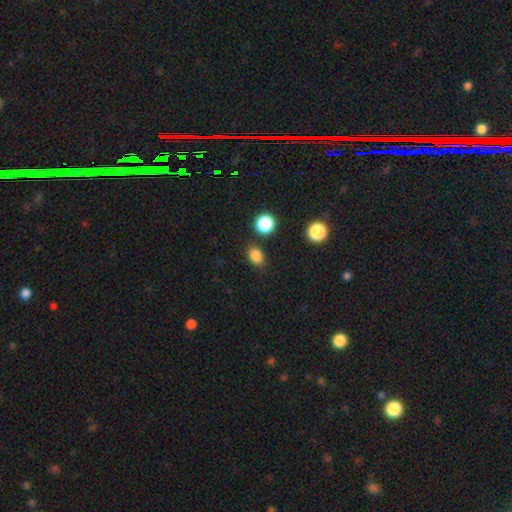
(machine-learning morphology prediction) This appears to be a smooth galaxy with no disk features (83%) that is in between round and cigar-shaped (62%). Merging: none (82%).